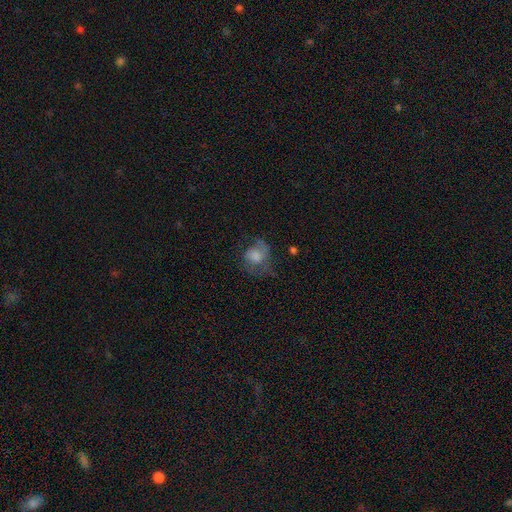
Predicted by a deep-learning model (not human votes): smooth-or-featured: smooth: 47% | featured or disk: 41% | star or artifact: 12%
  merging: none: 49% | major disturbance: 27% | minor disturbance: 22% | merger: 2%